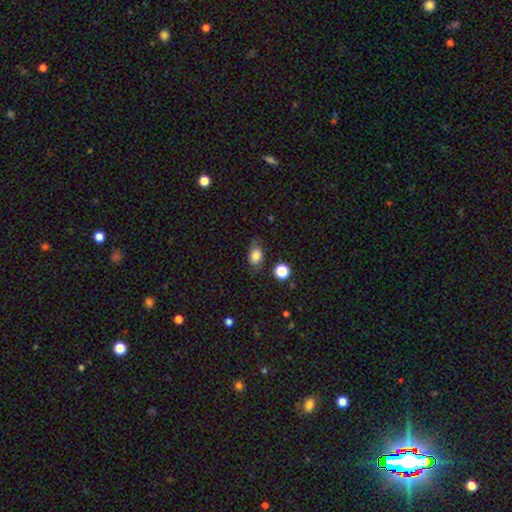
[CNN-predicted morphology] Smooth or featured?
  - smooth: 78% *
  - featured or disk: 12%
  - star or artifact: 10%
How rounded?
  - in between: 77% *
  - round: 21%
  - cigar-shaped: 2%
Merging?
  - none: 74% *
  - minor disturbance: 19%
  - major disturbance: 5%
  - merger: 2%